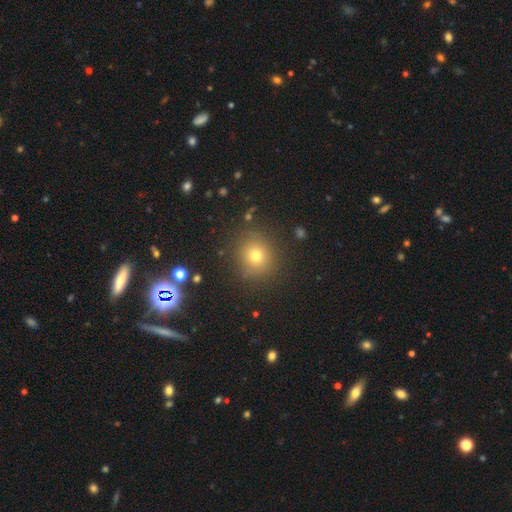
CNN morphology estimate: This appears to be a smooth galaxy with no disk features (68%) that is round (88%). Merging: none (88%).